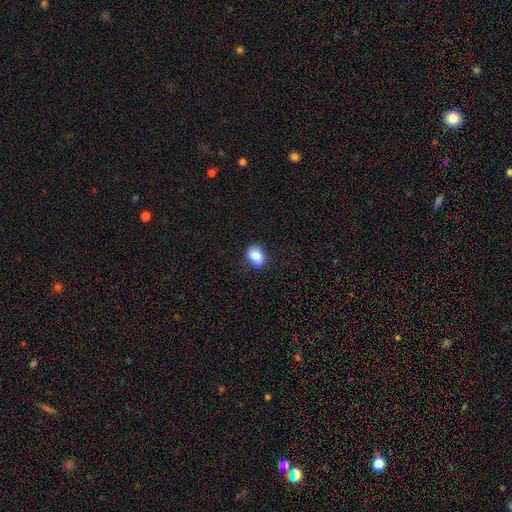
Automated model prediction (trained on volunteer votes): Overall: smooth (87%). How rounded: in between (72%). Merging: none (86%).